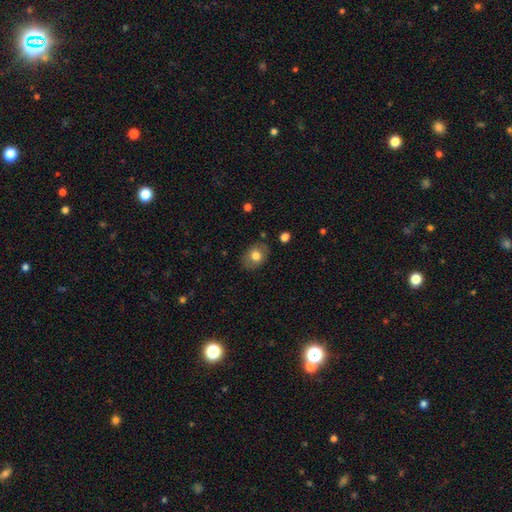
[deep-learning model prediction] Morphology: type=smooth (74%); roundness=in between (61%); merging=none (82%).